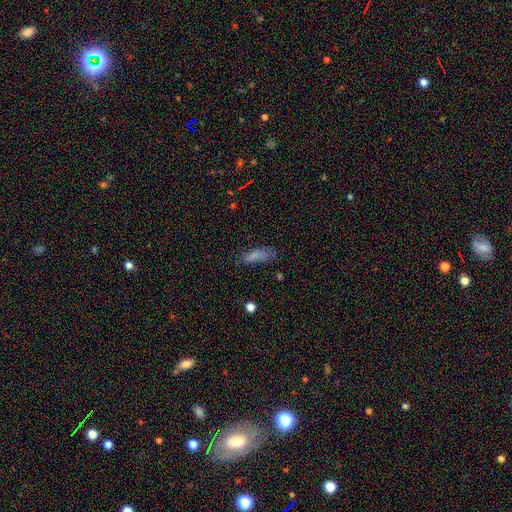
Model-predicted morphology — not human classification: Q: Smooth or featured?
A: smooth (74%); runner-up: featured or disk (13%)
Q: How rounded?
A: in between (60%); runner-up: cigar-shaped (37%)
Q: Merging?
A: none (45%); runner-up: minor disturbance (32%)